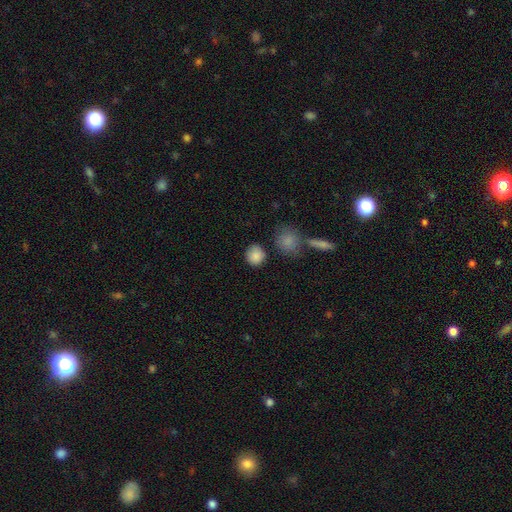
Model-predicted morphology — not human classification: This is clearly a smooth galaxy (86%). How rounded: clearly round (83%). Merging: likely none (78%).